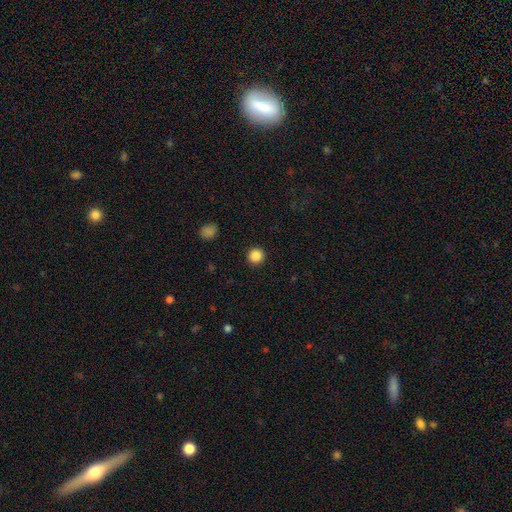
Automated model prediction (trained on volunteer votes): Smooth or featured? smooth (87%)
How rounded? round (96%)
Merging? none (93%)